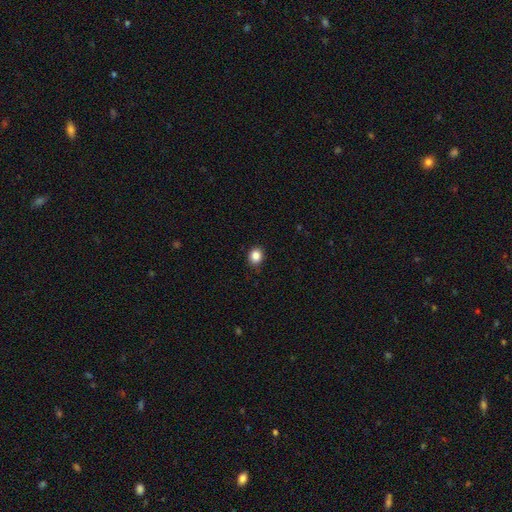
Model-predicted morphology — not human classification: Smooth or featured?
  - smooth: 86% *
  - star or artifact: 10%
  - featured or disk: 4%
How rounded?
  - round: 73% *
  - in between: 26%
  - cigar-shaped: 1%
Merging?
  - none: 87% *
  - minor disturbance: 10%
  - major disturbance: 2%
  - merger: 1%